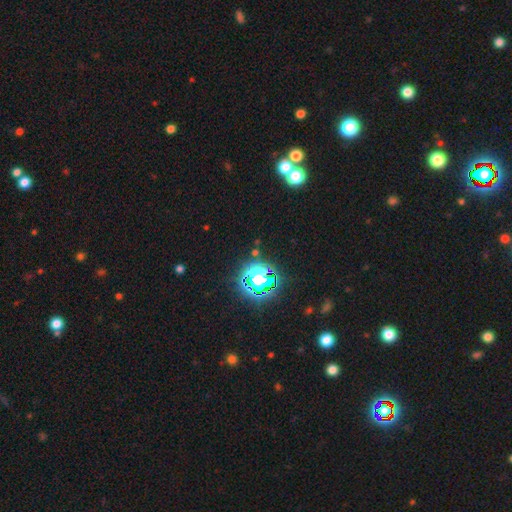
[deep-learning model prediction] Smooth or featured: star or artifact — 71% (smooth — 20%)